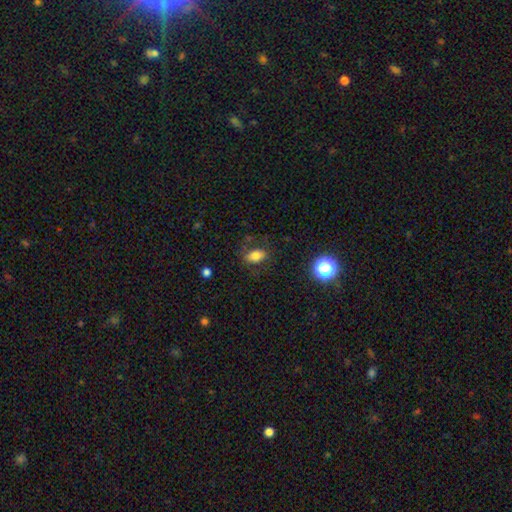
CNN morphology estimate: Smooth or featured?
  - smooth: 77% *
  - featured or disk: 12%
  - star or artifact: 11%
How rounded?
  - in between: 86% *
  - round: 11%
  - cigar-shaped: 3%
Merging?
  - none: 77% *
  - minor disturbance: 15%
  - major disturbance: 6%
  - merger: 2%